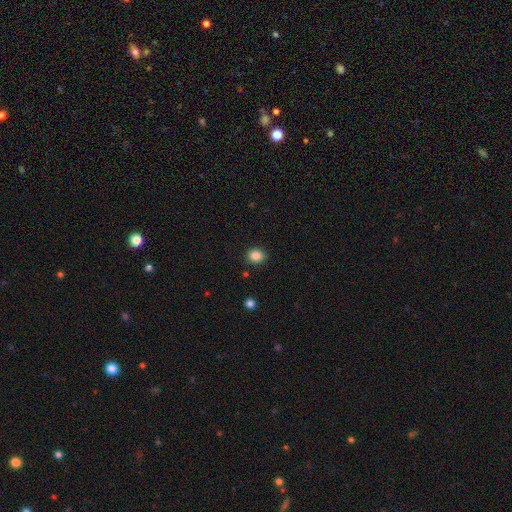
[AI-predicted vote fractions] smooth-or-featured: smooth: 86% | star or artifact: 10% | featured or disk: 4%
  how-rounded: round: 70% | in between: 29% | cigar-shaped: 1%
  merging: none: 89% | minor disturbance: 8% | major disturbance: 2% | merger: 1%